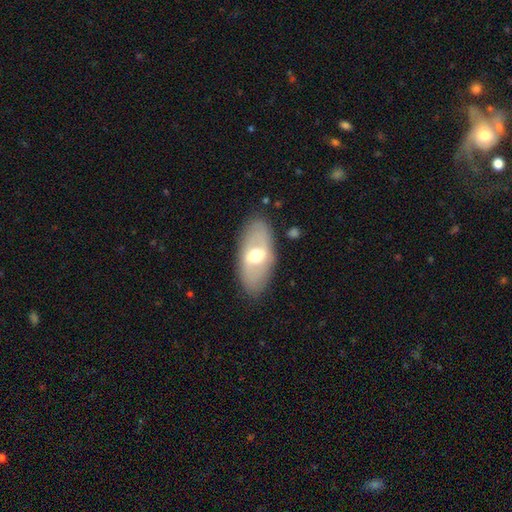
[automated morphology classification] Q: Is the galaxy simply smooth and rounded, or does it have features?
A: featured or disk — 54%.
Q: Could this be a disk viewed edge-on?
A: no — 85%.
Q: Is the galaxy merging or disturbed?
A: none — 83%.